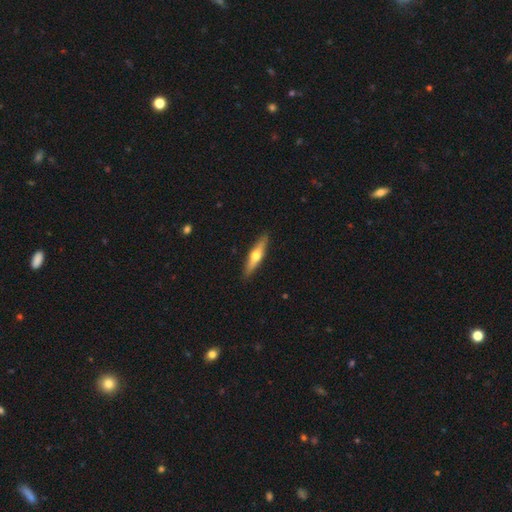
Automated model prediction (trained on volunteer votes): Morphology: type=featured or disk (54%); edge-on=yes (93%); edge-on bulge=rounded (94%); merging=none (91%).